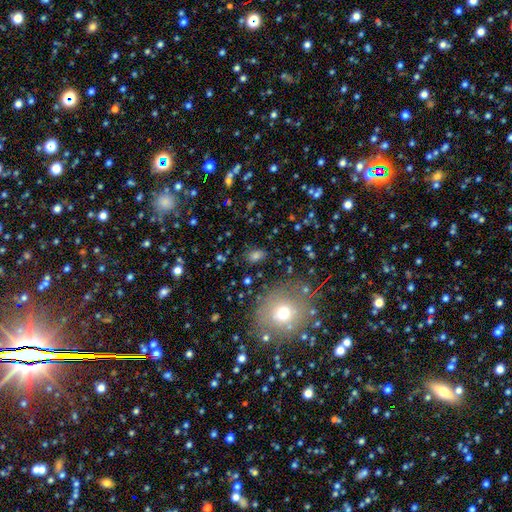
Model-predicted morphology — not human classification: This appears to be a smooth galaxy with no disk features (70%) that is in between round and cigar-shaped (71%). Merging: none (83%).